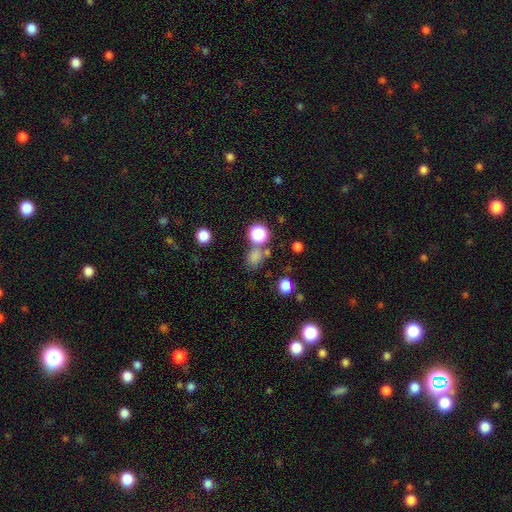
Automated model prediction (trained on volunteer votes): Smooth or featured? smooth (72%)
How rounded? round (61%)
Merging? none (63%)